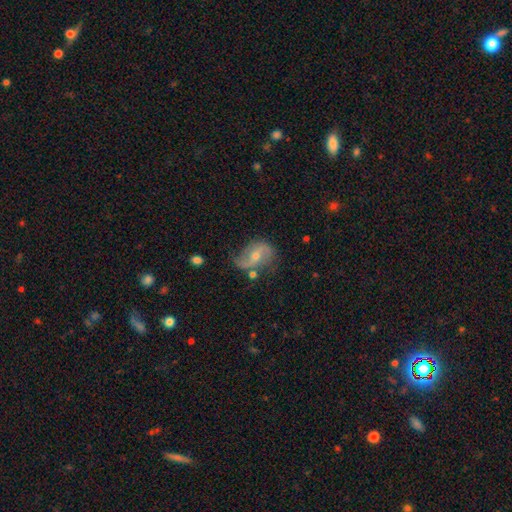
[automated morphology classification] A featured or disk galaxy (76%) with no bar (46%), 2 (85%) loose (62%) spiral arms (90%) and a moderate central bulge (51%).

Vote fractions:
- Smooth or featured? featured or disk: 76% / smooth: 16% / star or artifact: 8%
- Edge-on disk? no: 96% / yes: 4%
- Bar? no: 46% / weak: 38% / strong: 16%
- Spiral arms? yes: 90% / no: 10%
- Spiral winding? loose: 62% / medium: 28% / tight: 10%
- Spiral arm count? 2: 85% / 1: 6% / can't tell: 6% / 3: 1% / 4: 1% / more than 4: 1%
- Bulge size? moderate: 51% / small: 45% / large: 2% / none: 2% / dominant: 1%
- Merging? none: 60% / minor disturbance: 25% / major disturbance: 12% / merger: 4%